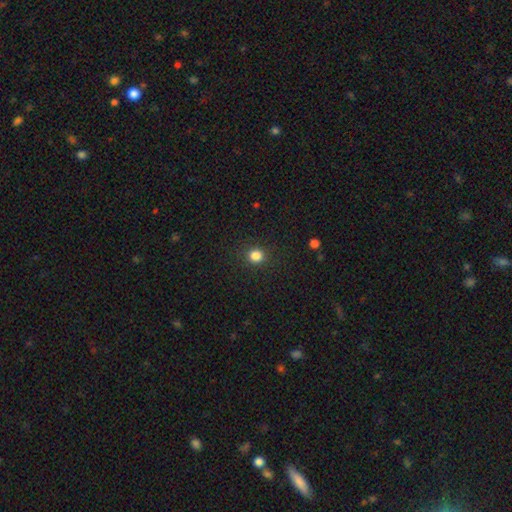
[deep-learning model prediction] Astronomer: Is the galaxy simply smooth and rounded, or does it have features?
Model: smooth — 84%.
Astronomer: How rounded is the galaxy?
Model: round — 88%.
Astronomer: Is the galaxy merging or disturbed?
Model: none — 90%.